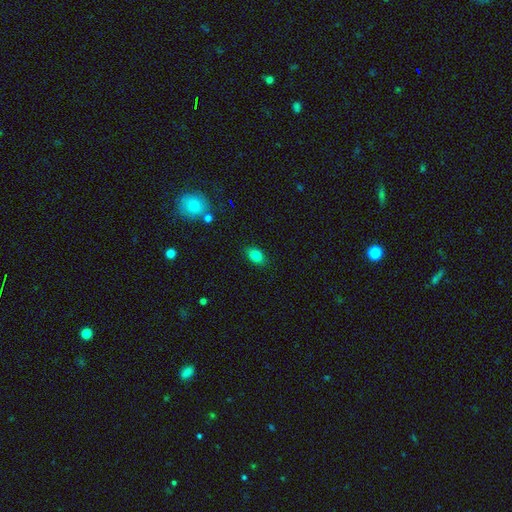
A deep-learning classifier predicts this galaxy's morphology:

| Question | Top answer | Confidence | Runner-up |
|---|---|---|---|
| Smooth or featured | smooth | 82% | star or artifact (10%) |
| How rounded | in between | 80% | round (19%) |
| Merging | none | 86% | minor disturbance (10%) |